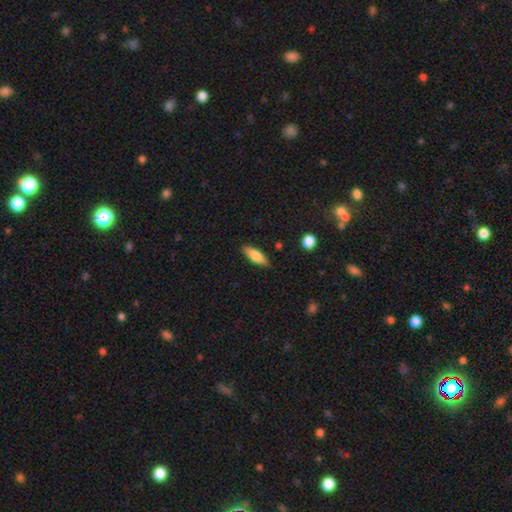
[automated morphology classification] Smooth or featured?
  - smooth: 75% *
  - featured or disk: 19%
  - star or artifact: 6%
How rounded?
  - in between: 63% *
  - cigar-shaped: 35%
  - round: 2%
Merging?
  - none: 85% *
  - minor disturbance: 11%
  - major disturbance: 2%
  - merger: 2%